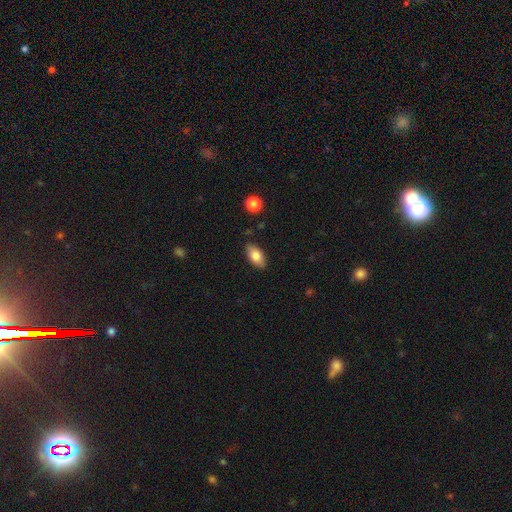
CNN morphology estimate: This appears to be a smooth galaxy with no disk features (81%) that is in between round and cigar-shaped (92%). Merging: none (85%).